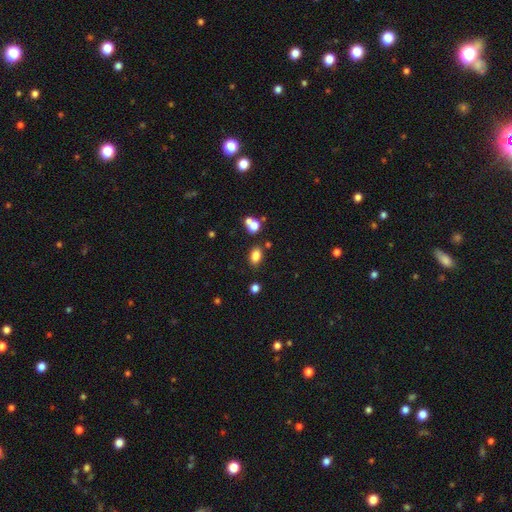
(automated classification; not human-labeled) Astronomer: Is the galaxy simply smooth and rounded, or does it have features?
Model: smooth — 82%.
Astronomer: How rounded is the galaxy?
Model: in between — 83%.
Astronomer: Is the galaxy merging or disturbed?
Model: none — 77%.